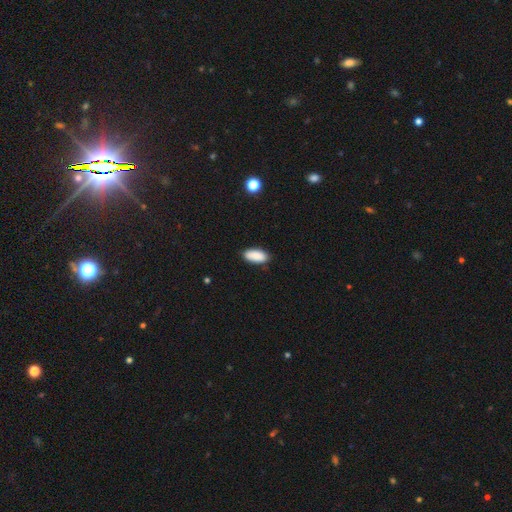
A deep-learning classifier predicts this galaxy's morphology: smooth-or-featured: smooth: 90% | star or artifact: 7% | featured or disk: 4%
  how-rounded: in between: 90% | cigar-shaped: 8% | round: 2%
  merging: none: 87% | minor disturbance: 10% | major disturbance: 2% | merger: 1%